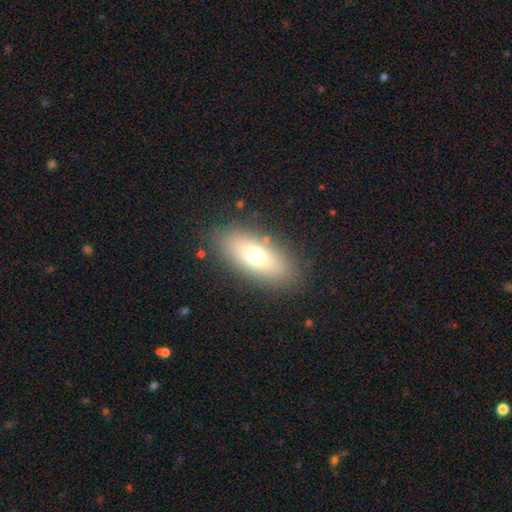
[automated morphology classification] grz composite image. It shows a smooth galaxy with no disk features (68%) that is in between round and cigar-shaped (80%). Merging: none (85%).